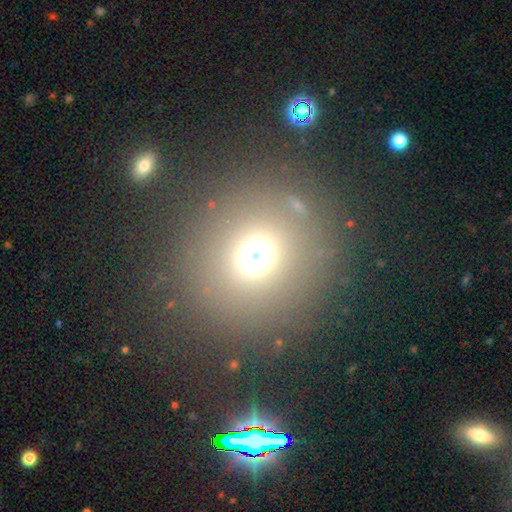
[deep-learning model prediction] smooth 62%, star or artifact 27%, featured or disk 10%. Down the decision tree: how rounded — round (84%); merging — none (80%).